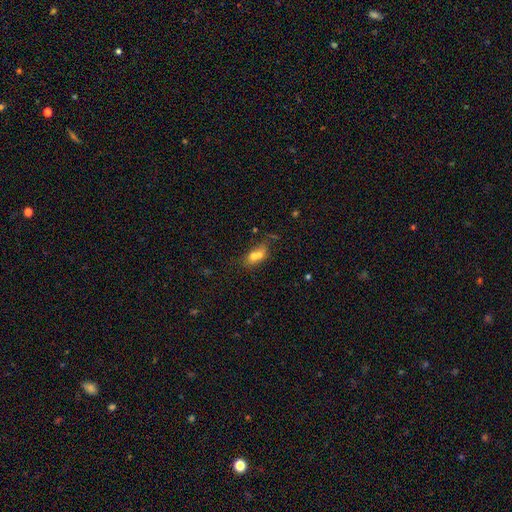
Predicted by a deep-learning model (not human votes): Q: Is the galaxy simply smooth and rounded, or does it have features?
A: smooth — 65%.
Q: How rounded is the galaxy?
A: in between — 61%.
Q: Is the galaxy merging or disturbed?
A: merger — 64%.